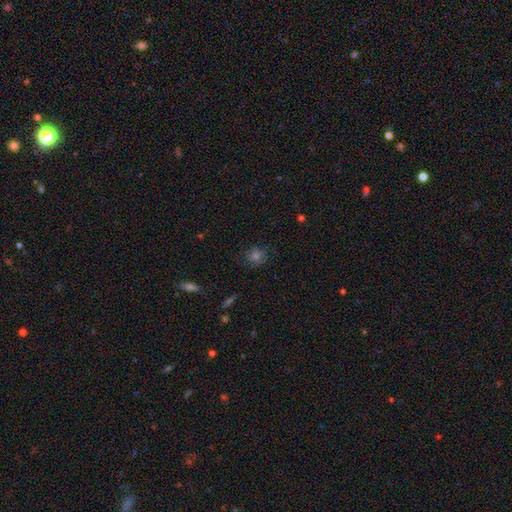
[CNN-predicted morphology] Smooth or featured? smooth (50%)
How rounded? round (83%)
Merging? none (80%)